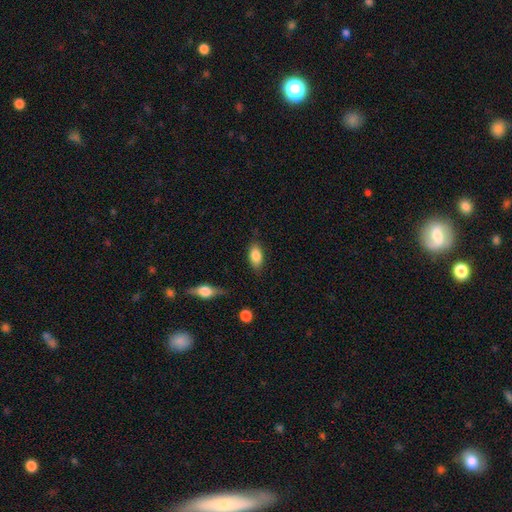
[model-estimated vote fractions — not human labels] smooth-or-featured: smooth: 83% | featured or disk: 10% | star or artifact: 7%
  how-rounded: in between: 88% | cigar-shaped: 7% | round: 5%
  merging: none: 81% | minor disturbance: 14% | major disturbance: 4% | merger: 2%